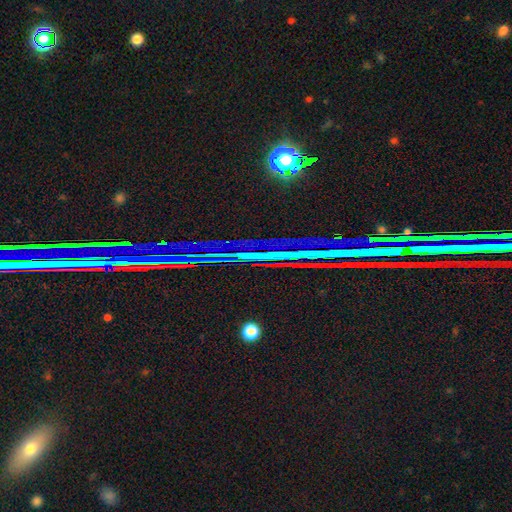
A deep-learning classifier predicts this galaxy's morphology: smooth-or-featured: star or artifact: 85% | featured or disk: 8% | smooth: 8%